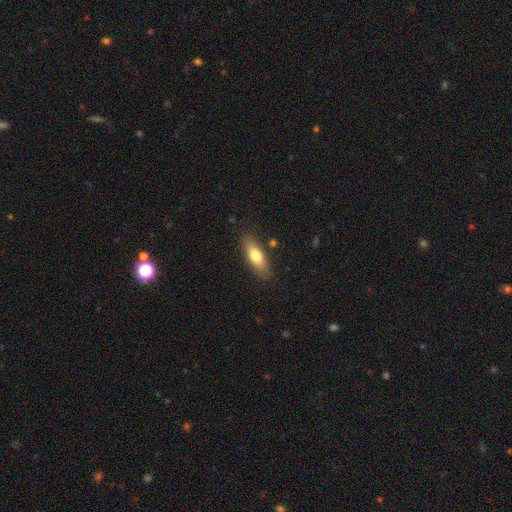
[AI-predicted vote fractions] This is likely a smooth galaxy (73%). How rounded: likely in between (61%). Merging: clearly none (83%).